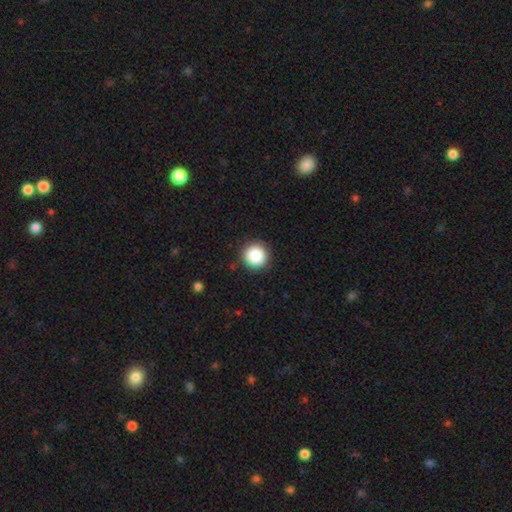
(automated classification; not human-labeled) The model was most divided on "smooth or featured": smooth: 88%, star or artifact: 9%, featured or disk: 3%. More confident: how rounded — round (95%); merging — none (91%).